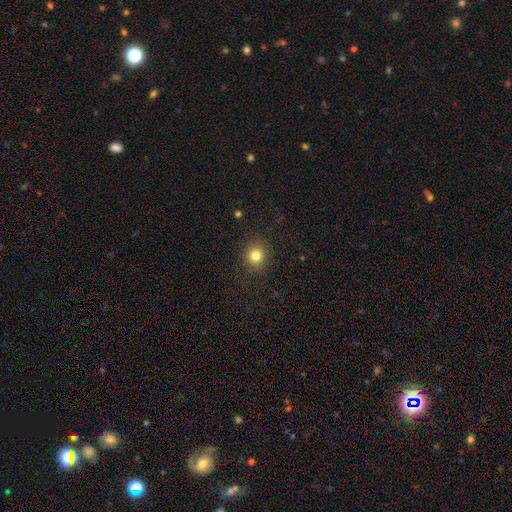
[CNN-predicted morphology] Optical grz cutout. It shows a smooth galaxy with no disk features (83%) that is round (88%). Merging: none (89%).